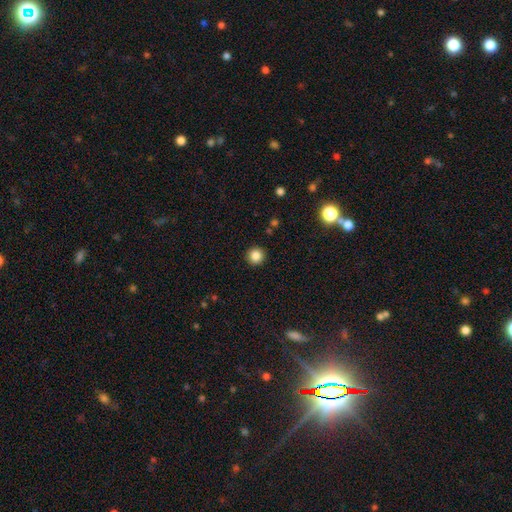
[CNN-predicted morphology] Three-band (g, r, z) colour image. It shows a smooth galaxy with no disk features (85%) that is round (95%). Merging: none (92%).